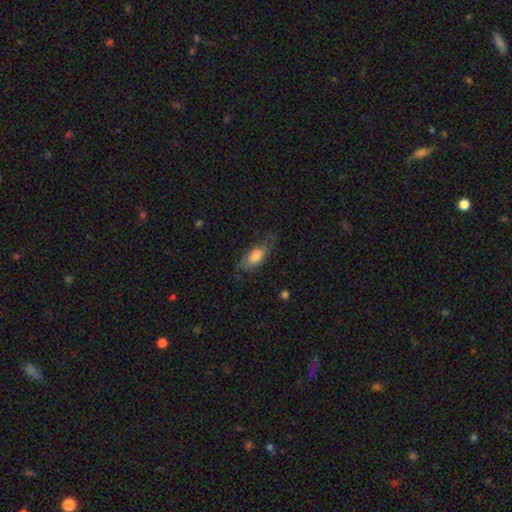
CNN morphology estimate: This is likely a smooth galaxy (69%). How rounded: clearly in between (80%). Merging: possibly none (60%).